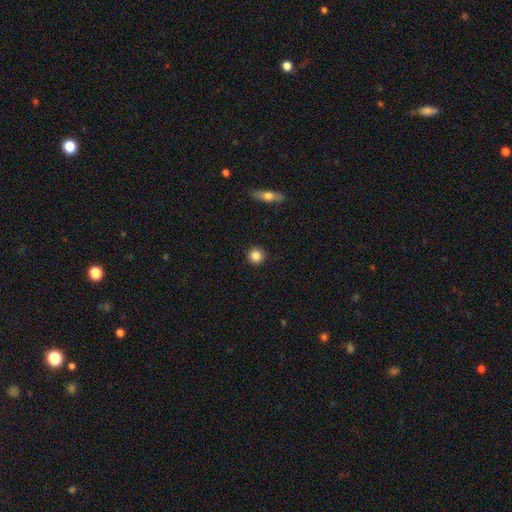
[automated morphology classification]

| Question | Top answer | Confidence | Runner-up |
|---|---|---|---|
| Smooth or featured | smooth | 85% | star or artifact (9%) |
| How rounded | round | 94% | in between (5%) |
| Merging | none | 92% | minor disturbance (5%) |